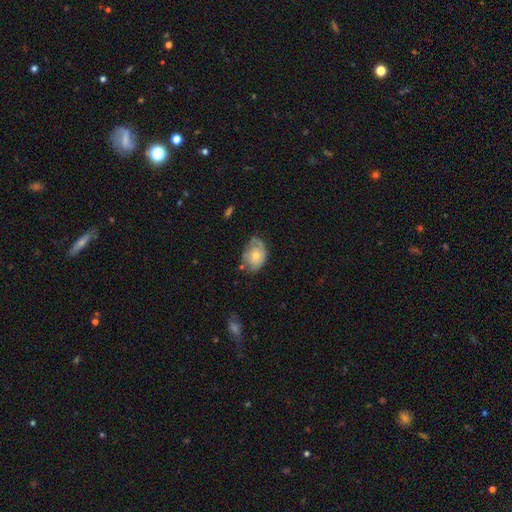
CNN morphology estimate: smooth_or_featured: smooth (p=0.48) [alt: featured or disk p=0.44]
merging: none (p=0.50) [alt: minor disturbance p=0.34]